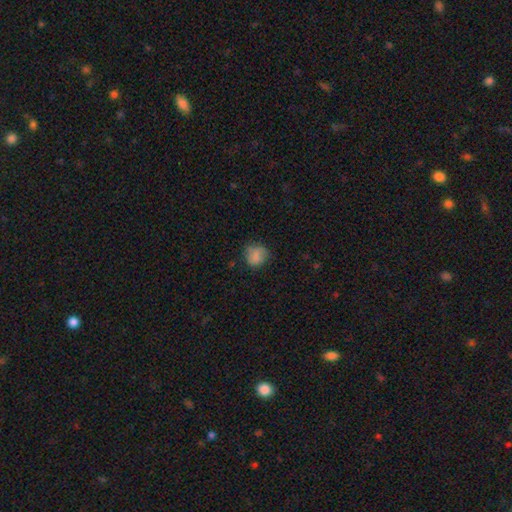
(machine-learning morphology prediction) Smooth or featured? smooth (80%)
How rounded? round (76%)
Merging? none (66%)